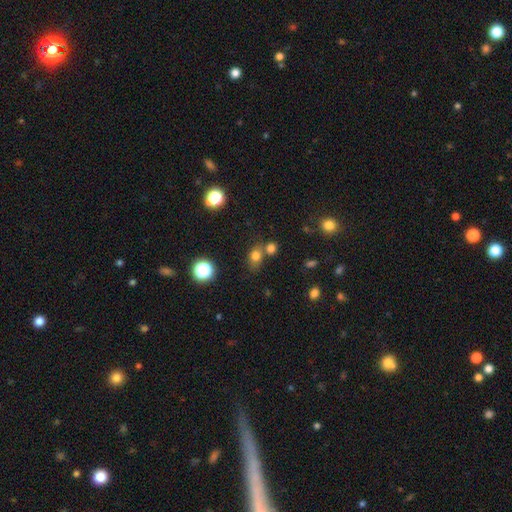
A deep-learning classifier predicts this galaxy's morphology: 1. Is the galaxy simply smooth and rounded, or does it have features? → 73% smooth, 18% star or artifact, 9% featured or disk.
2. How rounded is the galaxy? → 53% round, 46% in between, 2% cigar-shaped.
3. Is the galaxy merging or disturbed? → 55% none, 27% merger, 13% minor disturbance, 5% major disturbance.